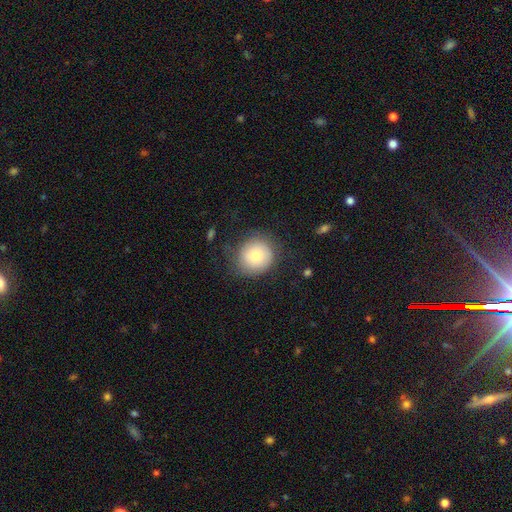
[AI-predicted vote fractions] Smooth or featured: smooth — 75% (featured or disk — 17%)
How rounded: round — 90% (in between — 9%)
Merging: none — 73% (minor disturbance — 18%)